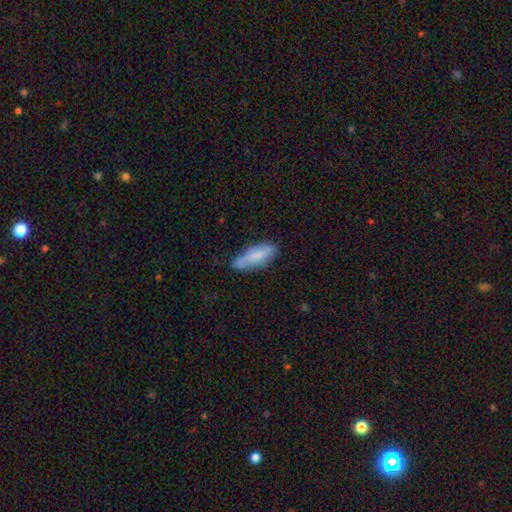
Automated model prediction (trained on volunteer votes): Overall: smooth (74%). How rounded: in between (51%; cigar-shaped 47%). Merging: none (64%; minor disturbance 27%).